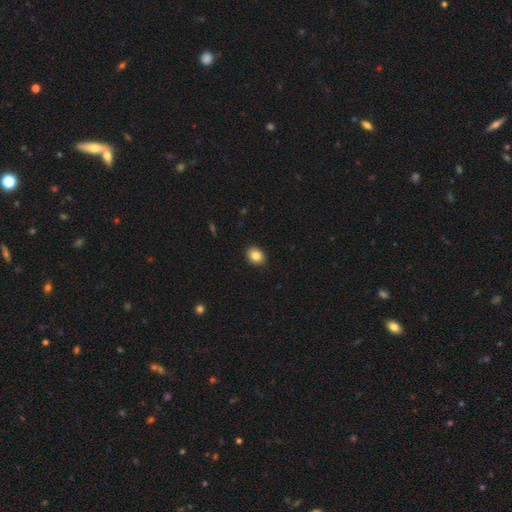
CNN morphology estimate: This is clearly a smooth galaxy (85%). How rounded: likely round (63%). Merging: clearly none (91%).